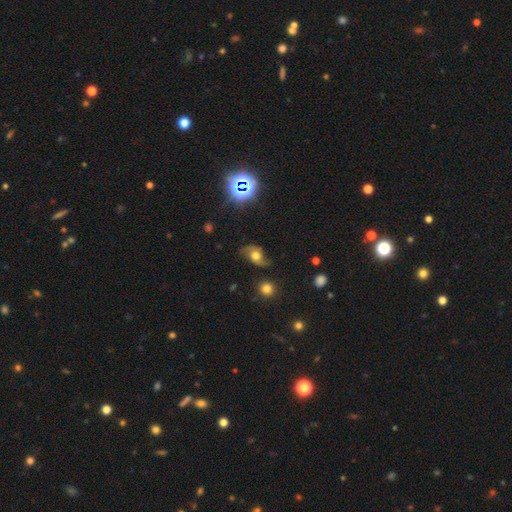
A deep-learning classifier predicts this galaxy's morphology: Q: Smooth or featured?
A: featured or disk (57%); runner-up: smooth (29%)
Q: Edge-on disk?
A: no (93%); runner-up: yes (7%)
Q: Bar?
A: no (73%); runner-up: weak (21%)
Q: Spiral arms?
A: yes (86%); runner-up: no (14%)
Q: Bulge size?
A: moderate (61%); runner-up: large (27%)
Q: Merging?
A: none (62%); runner-up: minor disturbance (24%)